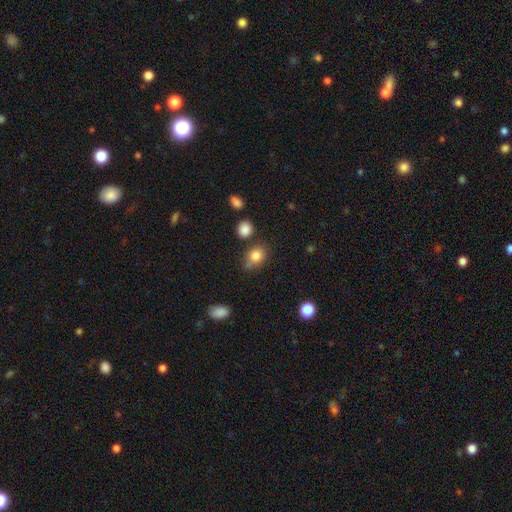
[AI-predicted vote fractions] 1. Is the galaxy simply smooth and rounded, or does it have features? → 83% smooth, 11% star or artifact, 7% featured or disk.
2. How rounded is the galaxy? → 64% round, 35% in between, 1% cigar-shaped.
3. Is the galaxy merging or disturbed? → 66% none, 18% minor disturbance, 11% merger, 5% major disturbance.